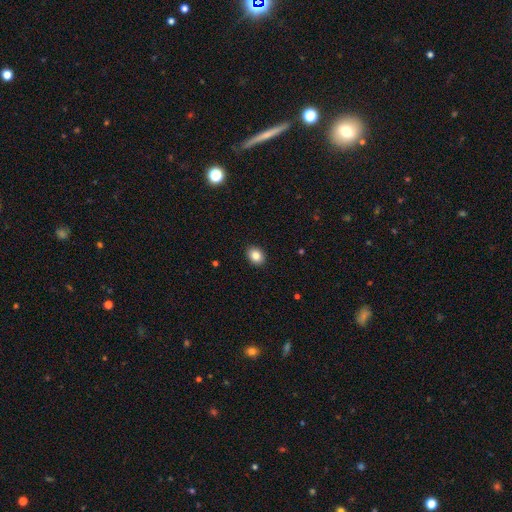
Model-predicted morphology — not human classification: smooth-or-featured: smooth: 85% | star or artifact: 9% | featured or disk: 6%
  how-rounded: in between: 54% | round: 45% | cigar-shaped: 1%
  merging: none: 91% | minor disturbance: 6% | major disturbance: 2% | merger: 1%